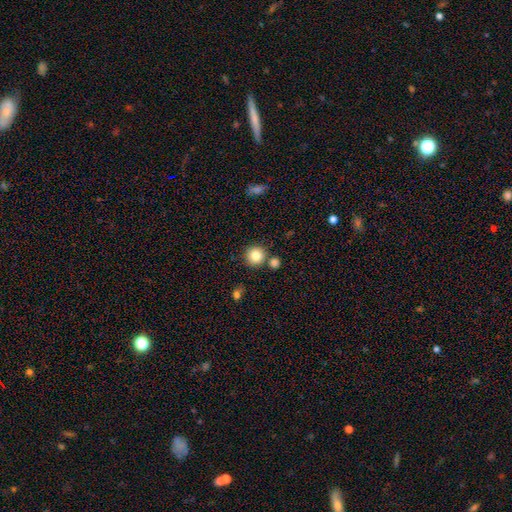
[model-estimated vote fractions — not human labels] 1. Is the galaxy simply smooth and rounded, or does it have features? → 82% smooth, 10% star or artifact, 8% featured or disk.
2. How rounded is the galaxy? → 93% round, 6% in between, 1% cigar-shaped.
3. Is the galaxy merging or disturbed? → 81% none, 9% merger, 7% minor disturbance, 2% major disturbance.